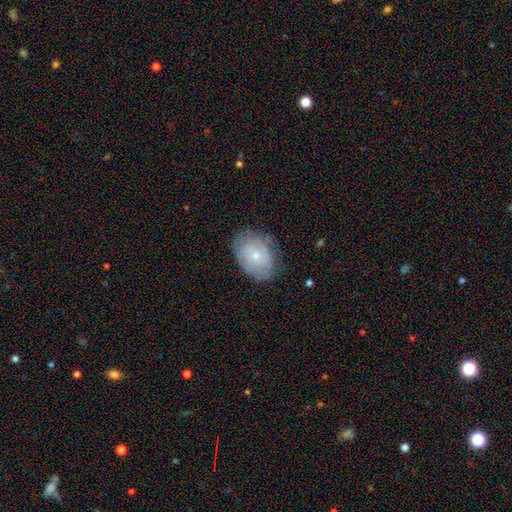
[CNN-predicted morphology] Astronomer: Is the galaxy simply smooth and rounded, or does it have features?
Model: smooth — 47% (runner-up: featured or disk, 46%).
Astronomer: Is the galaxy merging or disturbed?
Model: none — 73%.